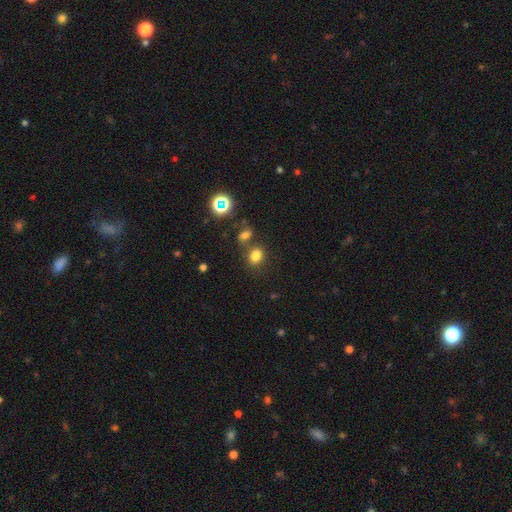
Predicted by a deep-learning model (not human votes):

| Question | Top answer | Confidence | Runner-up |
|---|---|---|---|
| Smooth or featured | smooth | 76% | star or artifact (17%) |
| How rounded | in between | 50% | round (49%) |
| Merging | none | 63% | merger (20%) |